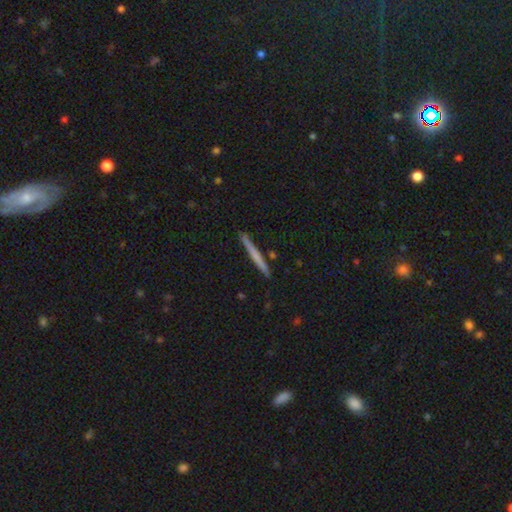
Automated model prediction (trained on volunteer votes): This appears to be a smooth galaxy with no disk features (59%) that is cigar-shaped (97%). Merging: none (91%).